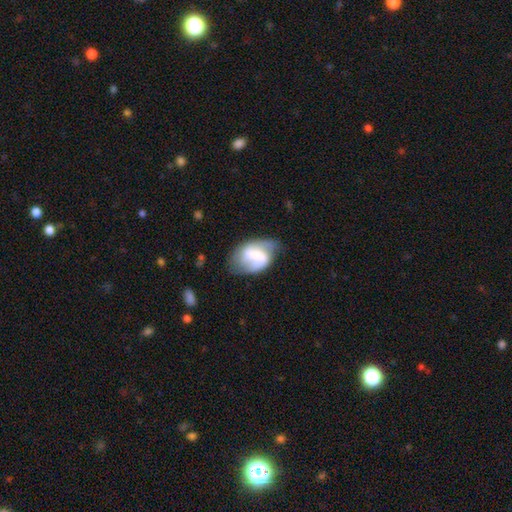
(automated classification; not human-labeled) Smooth or featured: featured or disk — 53% (smooth — 39%)
Edge-on disk: no — 97% (yes — 3%)
Bar: strong — 37% (tied with weak — 37%)
Spiral arms: yes — 70% (no — 30%)
Bulge size: none — 42% (small — 18%)
Merging: none — 41% (minor disturbance — 33%)